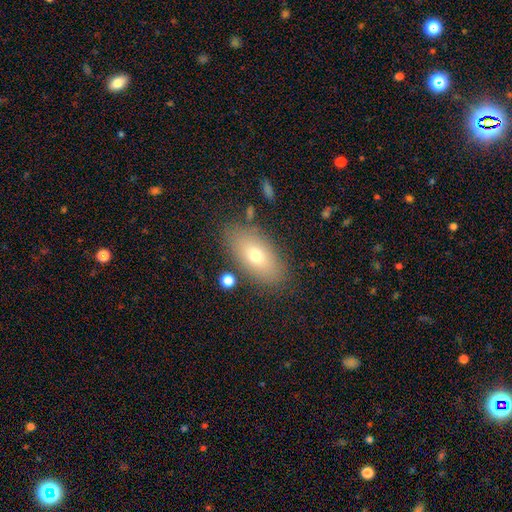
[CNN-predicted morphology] type=smooth (68%); roundness=in between (87%); merging=none (83%).